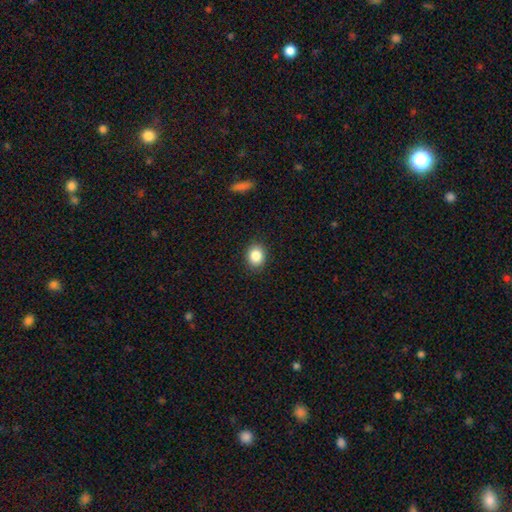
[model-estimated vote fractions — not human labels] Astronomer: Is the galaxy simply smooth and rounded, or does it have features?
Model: smooth — 85%.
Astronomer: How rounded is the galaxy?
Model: round — 57% (runner-up: in between, 42%).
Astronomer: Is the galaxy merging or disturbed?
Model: none — 90%.